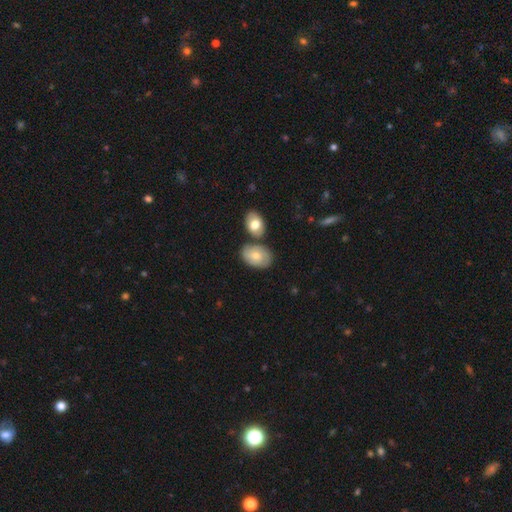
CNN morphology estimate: A smooth galaxy with no disk features (59%) that is in between round and cigar-shaped (83%).

Vote fractions:
- Smooth or featured? smooth: 59% / featured or disk: 34% / star or artifact: 7%
- How rounded? in between: 83% / round: 15% / cigar-shaped: 1%
- Merging? none: 58% / merger: 19% / minor disturbance: 18% / major disturbance: 5%